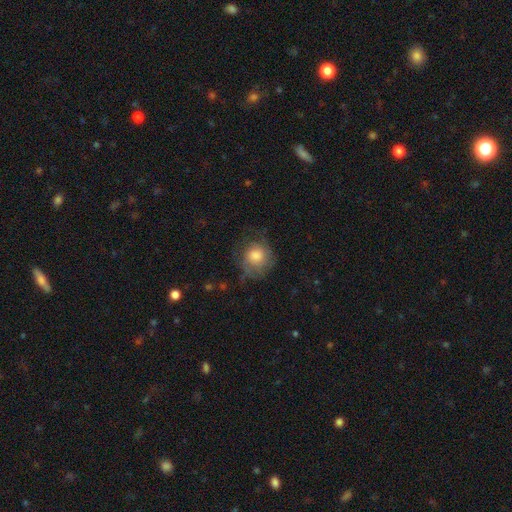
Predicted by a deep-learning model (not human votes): This is likely a smooth galaxy (69%). How rounded: clearly round (85%). Merging: possibly none (57%).